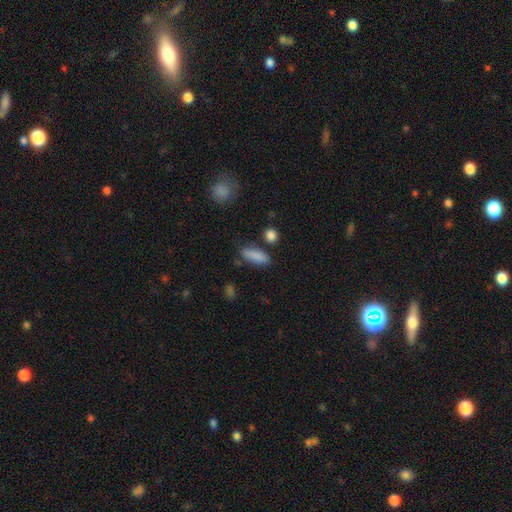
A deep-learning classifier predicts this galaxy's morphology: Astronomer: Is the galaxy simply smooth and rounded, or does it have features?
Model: smooth — 86%.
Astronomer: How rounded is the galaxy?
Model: in between — 65%.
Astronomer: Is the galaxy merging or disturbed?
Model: none — 76%.